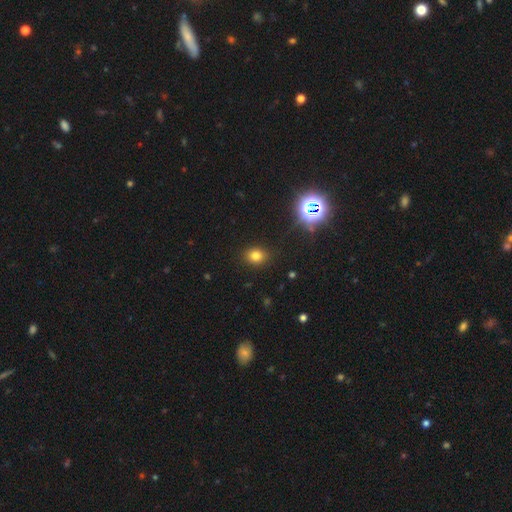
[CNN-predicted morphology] Q: Smooth or featured?
A: smooth (76%); runner-up: star or artifact (18%)
Q: How rounded?
A: round (60%); runner-up: in between (39%)
Q: Merging?
A: none (88%); runner-up: minor disturbance (8%)